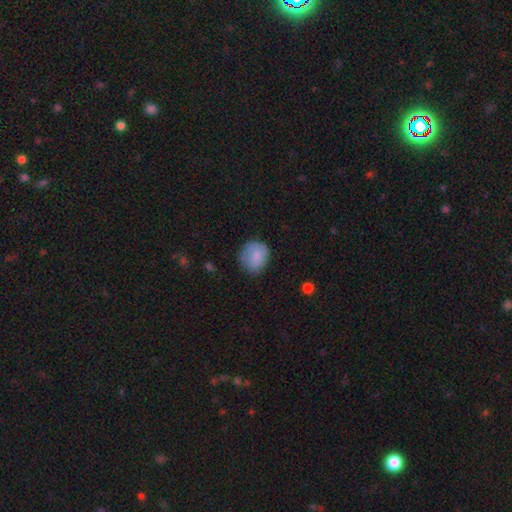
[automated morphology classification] A smooth galaxy with no disk features (82%) that is round (78%).

Vote fractions:
- Smooth or featured? smooth: 82% / featured or disk: 11% / star or artifact: 7%
- How rounded? round: 78% / in between: 21% / cigar-shaped: 1%
- Merging? none: 70% / minor disturbance: 22% / major disturbance: 7% / merger: 1%